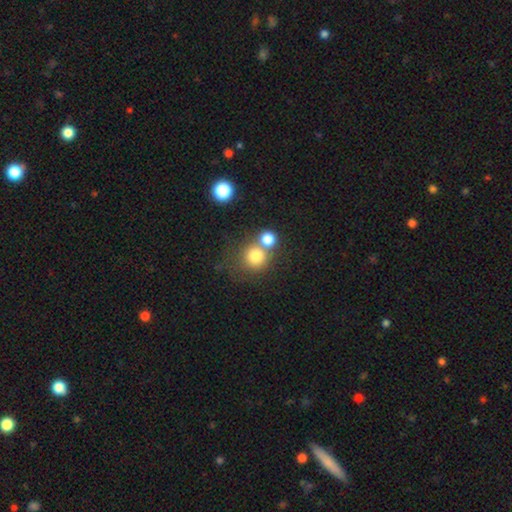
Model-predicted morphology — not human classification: smooth_or_featured: smooth (p=0.77) [alt: star or artifact p=0.12]
how_rounded: round (p=0.89) [alt: in between p=0.10]
merging: none (p=0.48) [alt: merger p=0.41]